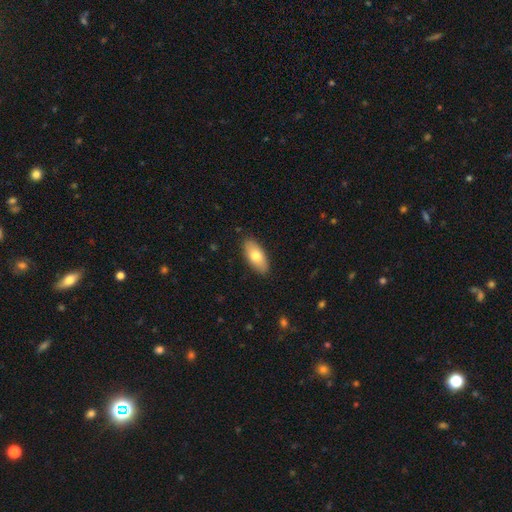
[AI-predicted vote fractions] Smooth or featured? smooth (75%)
How rounded? in between (88%)
Merging? none (88%)